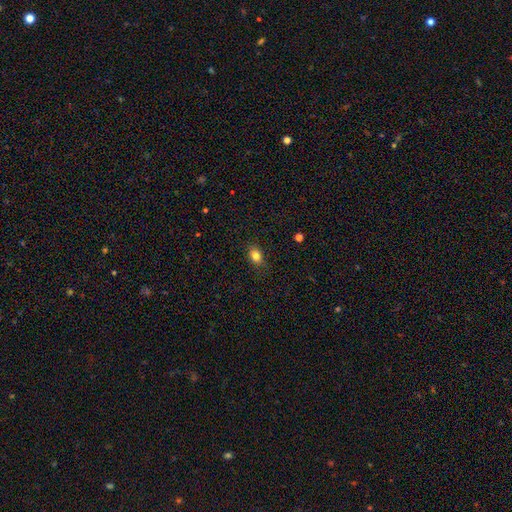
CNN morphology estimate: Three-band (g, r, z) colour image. It shows a smooth galaxy with no disk features (83%) that is in between round and cigar-shaped (70%). Merging: none (84%).